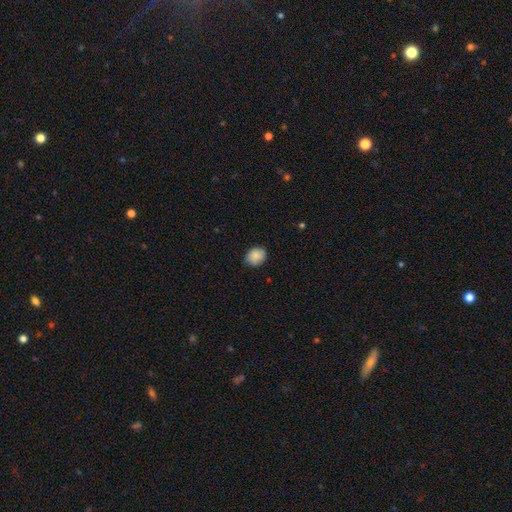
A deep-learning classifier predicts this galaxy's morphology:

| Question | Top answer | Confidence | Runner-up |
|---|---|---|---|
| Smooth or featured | smooth | 88% | star or artifact (7%) |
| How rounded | round | 58% | in between (41%) |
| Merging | none | 79% | minor disturbance (18%) |